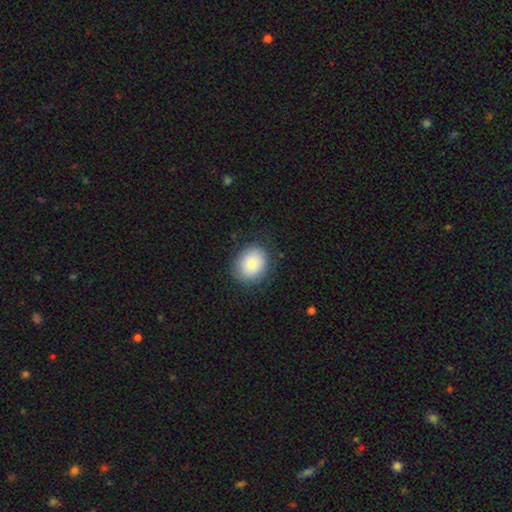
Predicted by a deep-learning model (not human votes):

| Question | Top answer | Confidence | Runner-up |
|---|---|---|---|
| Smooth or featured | smooth | 84% | star or artifact (8%) |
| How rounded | round | 61% | in between (38%) |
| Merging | none | 84% | minor disturbance (12%) |